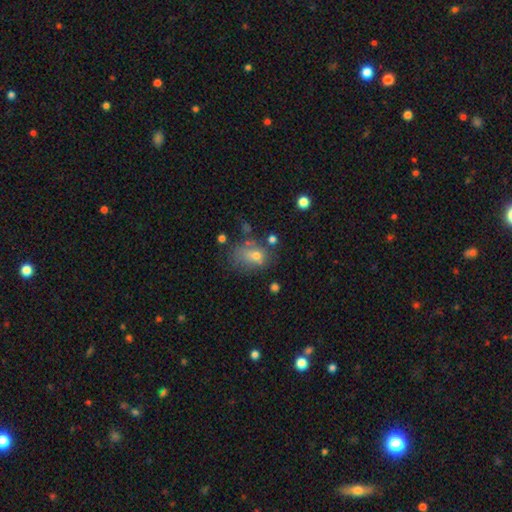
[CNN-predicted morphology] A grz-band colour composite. It shows a smooth galaxy with no disk features (66%) that is in between round and cigar-shaped (64%). Merging: none (39%).